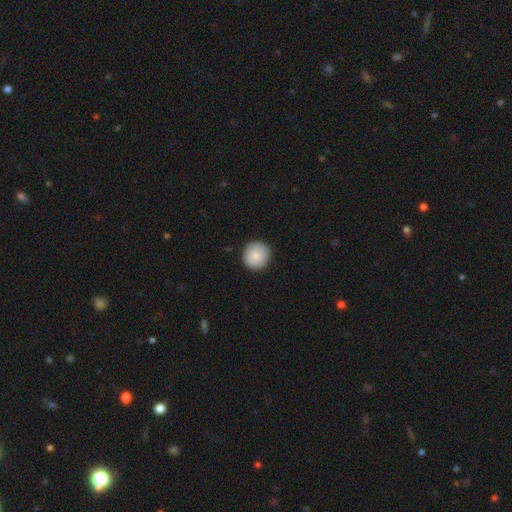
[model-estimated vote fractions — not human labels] A smooth galaxy with no disk features (84%) that is round (94%). Merging: none (91%).